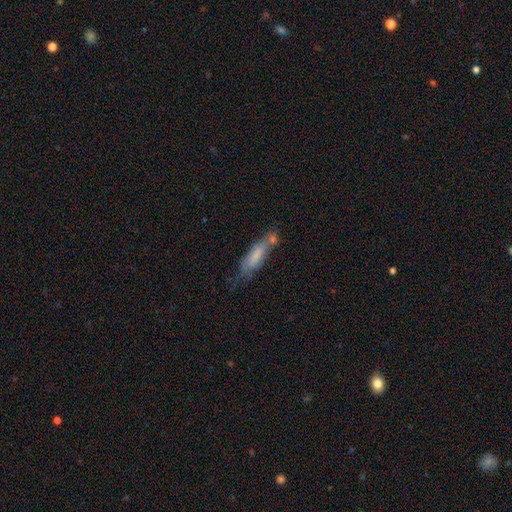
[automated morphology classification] Smooth or featured: smooth — 65% (featured or disk — 27%)
How rounded: cigar-shaped — 66% (in between — 32%)
Merging: none — 41% (minor disturbance — 26%)